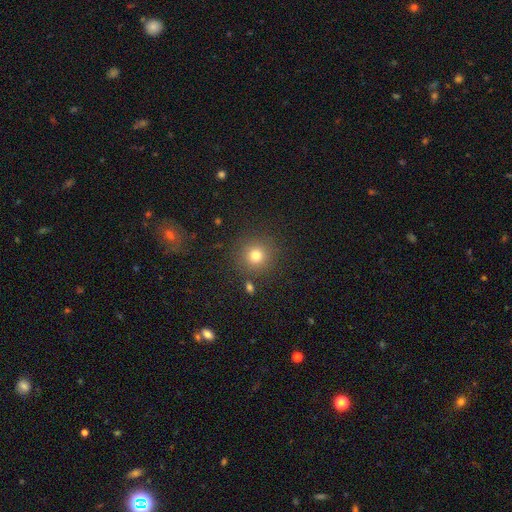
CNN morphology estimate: smooth_or_featured: smooth (p=0.78) [alt: star or artifact p=0.15]
how_rounded: round (p=0.93) [alt: in between p=0.06]
merging: none (p=0.86) [alt: minor disturbance p=0.08]